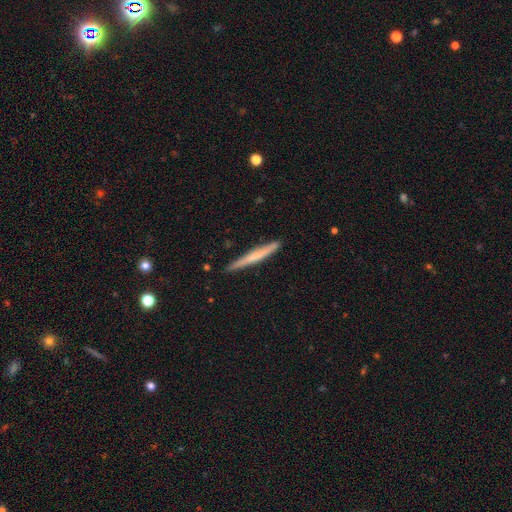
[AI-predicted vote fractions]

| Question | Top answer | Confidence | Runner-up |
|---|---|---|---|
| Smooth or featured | smooth | 53% | featured or disk (42%) |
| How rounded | cigar-shaped | 97% | in between (2%) |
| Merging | none | 89% | minor disturbance (8%) |